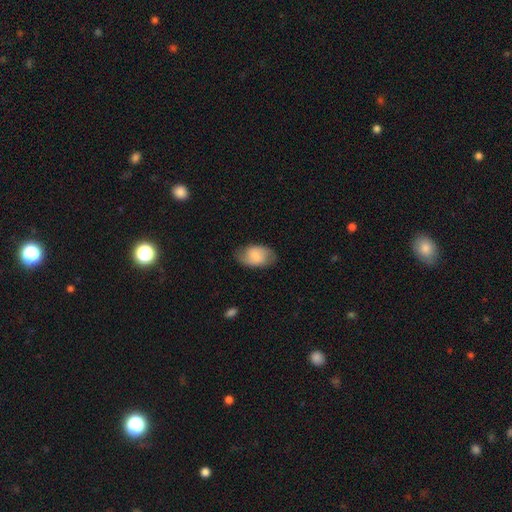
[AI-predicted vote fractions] Smooth or featured? smooth (69%)
How rounded? in between (91%)
Merging? none (77%)